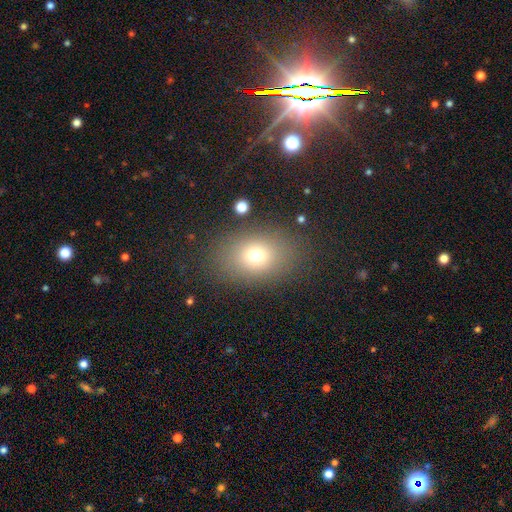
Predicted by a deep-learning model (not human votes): A smooth galaxy with no disk features (71%) that is in between round and cigar-shaped (68%). Merging: none (81%).